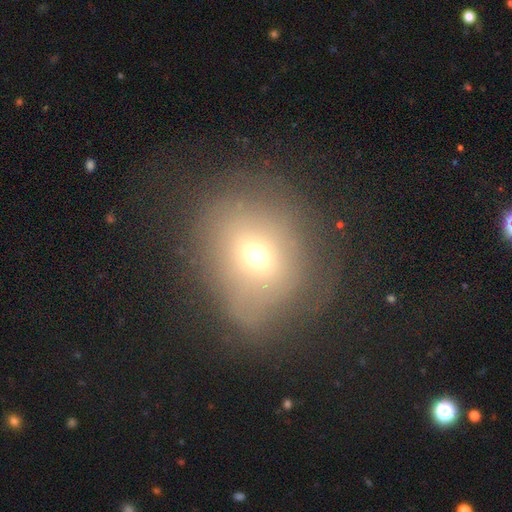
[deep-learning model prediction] Smooth or featured? smooth (58%)
How rounded? round (70%)
Merging? none (59%)